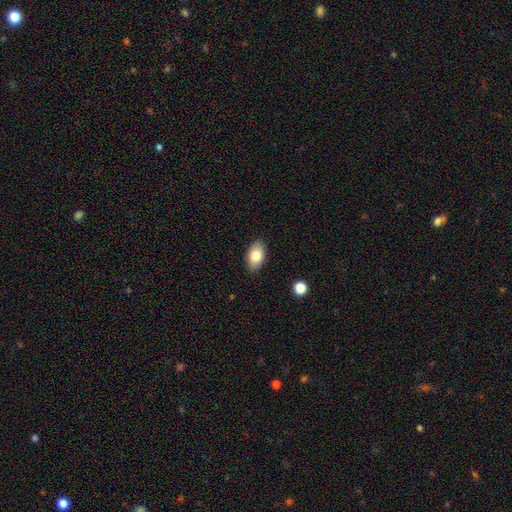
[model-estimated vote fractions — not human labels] A smooth galaxy with no disk features (80%) that is in between round and cigar-shaped (92%). Merging: none (88%).